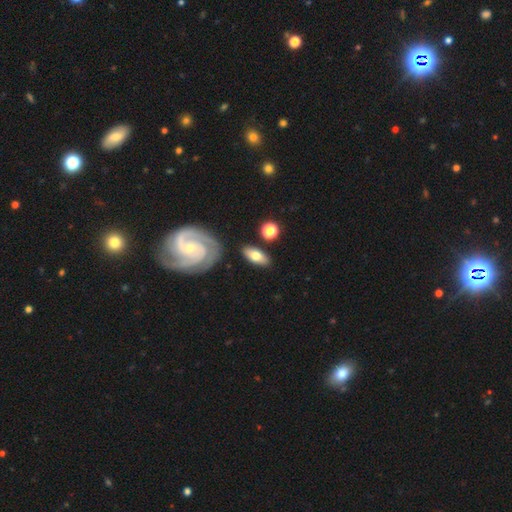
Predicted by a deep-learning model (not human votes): smooth-or-featured: smooth: 52% | featured or disk: 42% | star or artifact: 6%
  how-rounded: in between: 79% | cigar-shaped: 16% | round: 5%
  merging: none: 80% | minor disturbance: 12% | merger: 5% | major disturbance: 3%